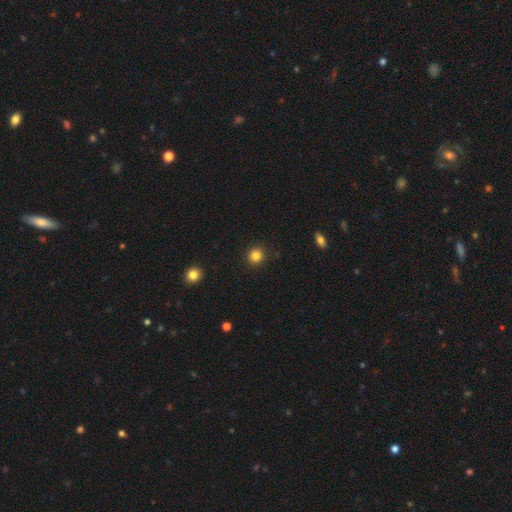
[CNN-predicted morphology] Smooth or featured? smooth (84%)
How rounded? round (90%)
Merging? none (91%)